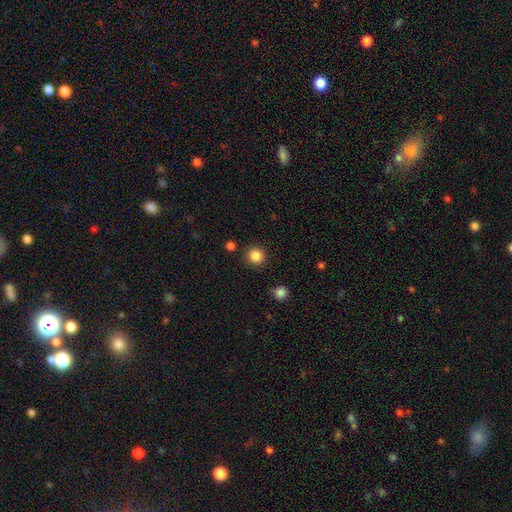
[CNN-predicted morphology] The model was most divided on "smooth or featured": smooth: 86%, star or artifact: 11%, featured or disk: 3%. More confident: how rounded — round (94%); merging — none (89%).